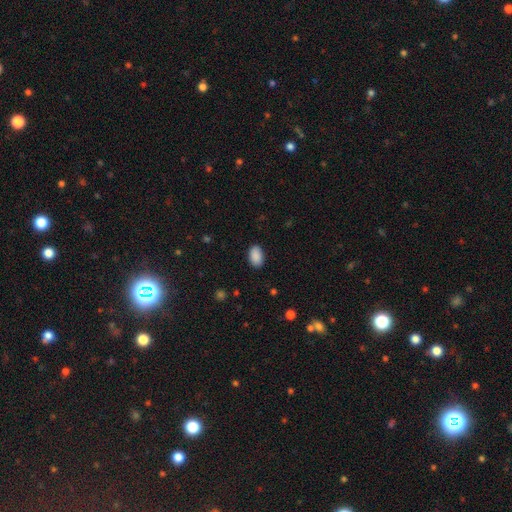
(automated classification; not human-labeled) Smooth or featured? Predicted: smooth (p=0.90). How rounded? Predicted: in between (p=0.92). Merging? Predicted: none (p=0.89).